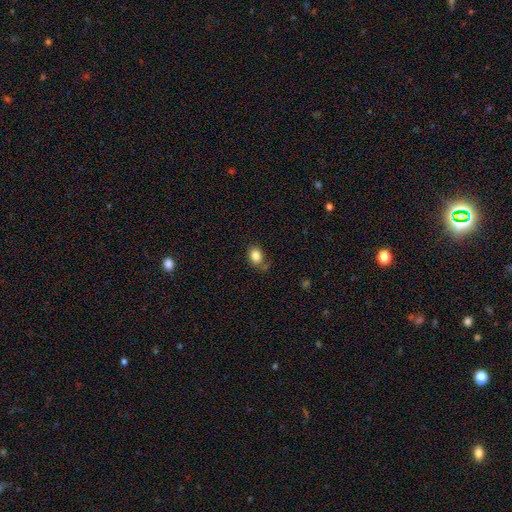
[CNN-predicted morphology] Overall: smooth (85%). How rounded: in between (63%; round 35%). Merging: none (72%).